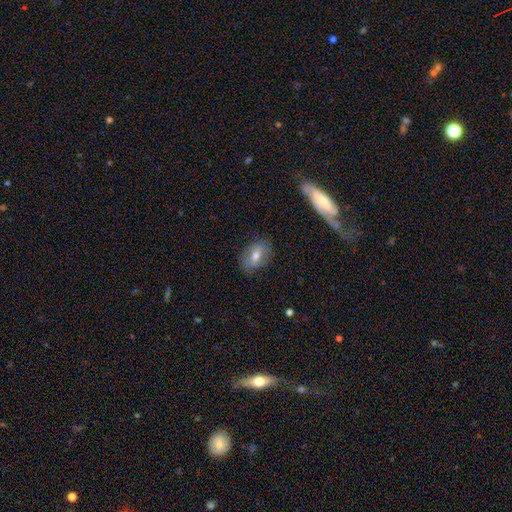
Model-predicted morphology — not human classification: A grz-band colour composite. It shows a smooth galaxy with no disk features (63%) that is in between round and cigar-shaped (82%). Merging: none (79%).